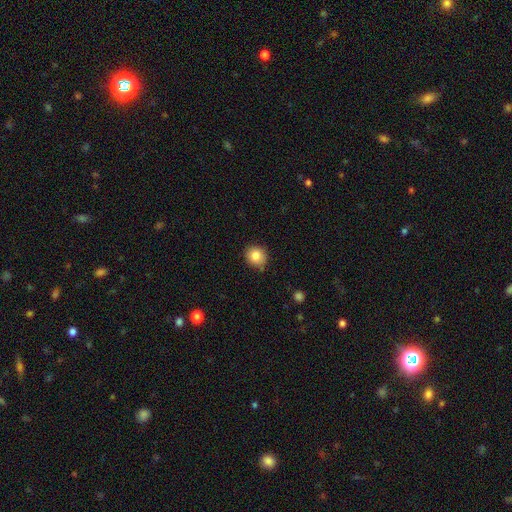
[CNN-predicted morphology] A smooth galaxy with no disk features (83%) that is round (84%). Merging: none (81%).